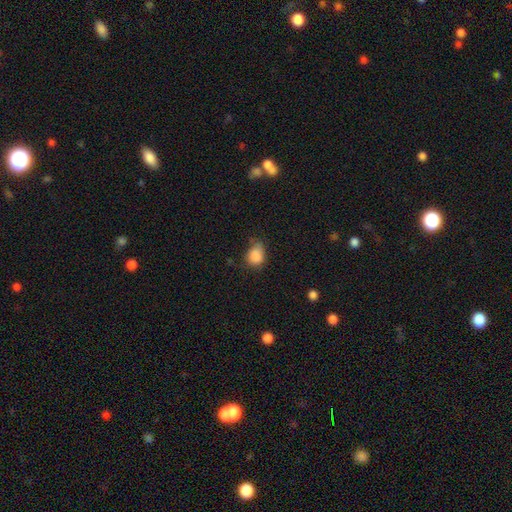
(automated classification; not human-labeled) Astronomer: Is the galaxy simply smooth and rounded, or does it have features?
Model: smooth — 86%.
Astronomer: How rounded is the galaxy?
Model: round — 51% (runner-up: in between, 48%).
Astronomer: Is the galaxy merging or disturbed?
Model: none — 49% (runner-up: minor disturbance, 37%).